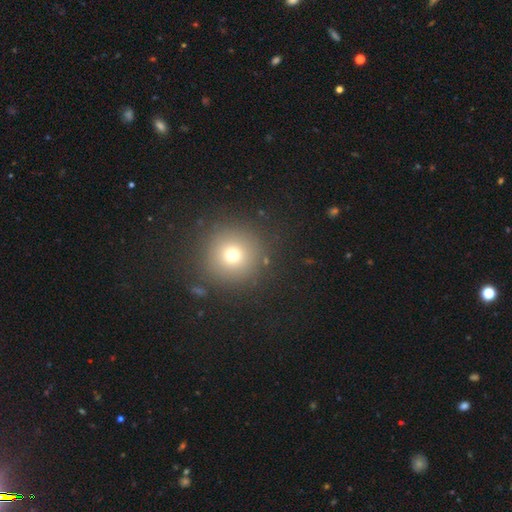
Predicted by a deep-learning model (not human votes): A smooth galaxy with no disk features (68%) that is round (95%).

Vote fractions:
- Smooth or featured? smooth: 68% / star or artifact: 24% / featured or disk: 8%
- How rounded? round: 95% / in between: 4% / cigar-shaped: 1%
- Merging? none: 89% / minor disturbance: 6% / major disturbance: 3% / merger: 2%